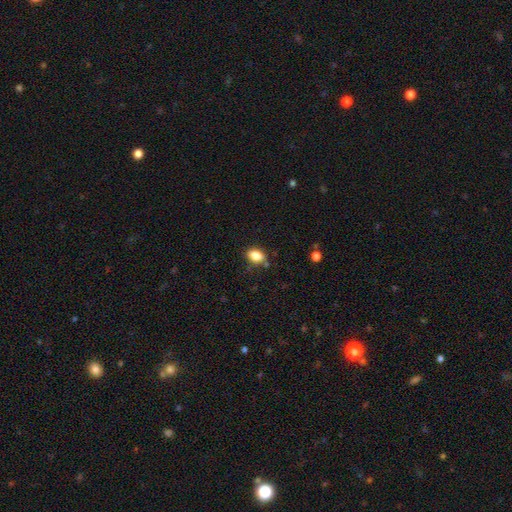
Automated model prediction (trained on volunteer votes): Q: Smooth or featured?
A: smooth (84%); runner-up: star or artifact (9%)
Q: How rounded?
A: in between (83%); runner-up: round (15%)
Q: Merging?
A: none (78%); runner-up: minor disturbance (15%)